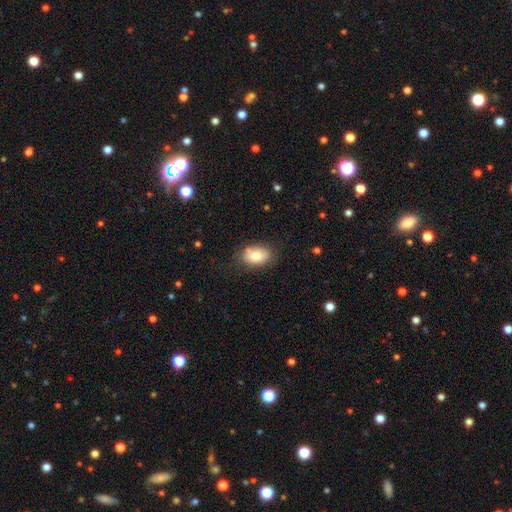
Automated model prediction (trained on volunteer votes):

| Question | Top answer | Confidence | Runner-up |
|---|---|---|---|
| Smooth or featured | smooth | 77% | featured or disk (15%) |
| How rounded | in between | 87% | round (12%) |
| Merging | none | 72% | minor disturbance (19%) |